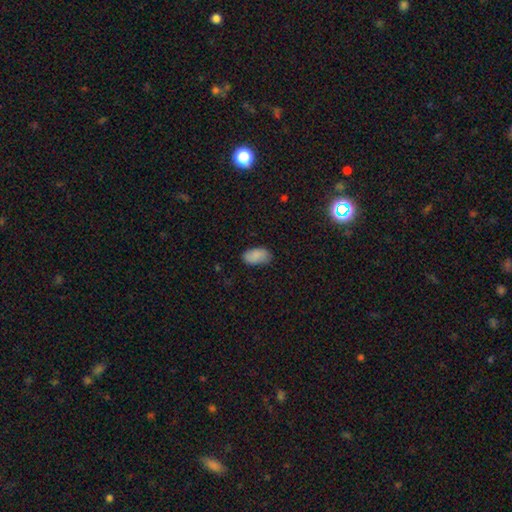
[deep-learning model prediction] smooth-or-featured: smooth: 87% | star or artifact: 7% | featured or disk: 6%
  how-rounded: in between: 95% | round: 4% | cigar-shaped: 2%
  merging: none: 77% | minor disturbance: 18% | major disturbance: 3% | merger: 1%